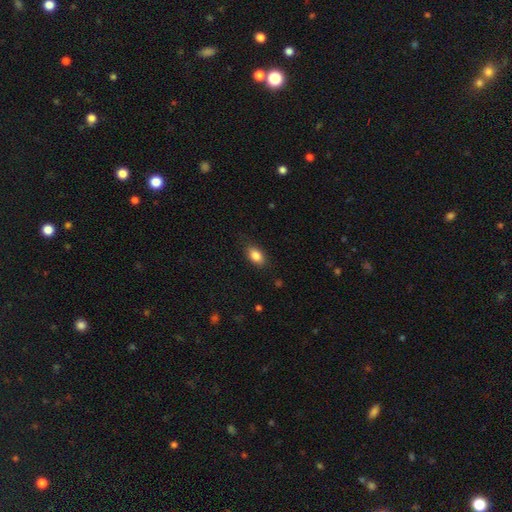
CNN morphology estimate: Smooth or featured? smooth (85%)
How rounded? in between (88%)
Merging? none (82%)